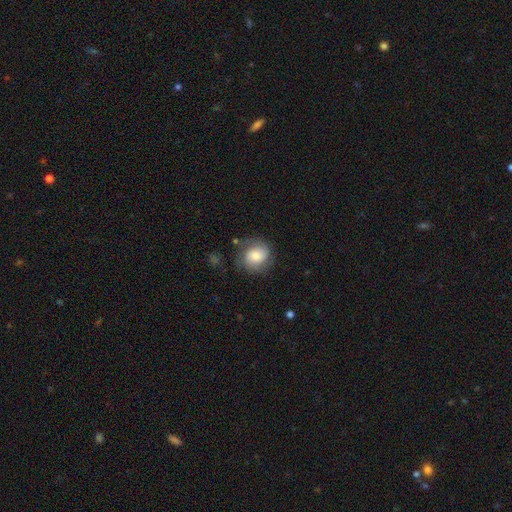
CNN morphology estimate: smooth 56%, featured or disk 35%, star or artifact 8%. Down the decision tree: how rounded — round (76%); merging — none (68%).